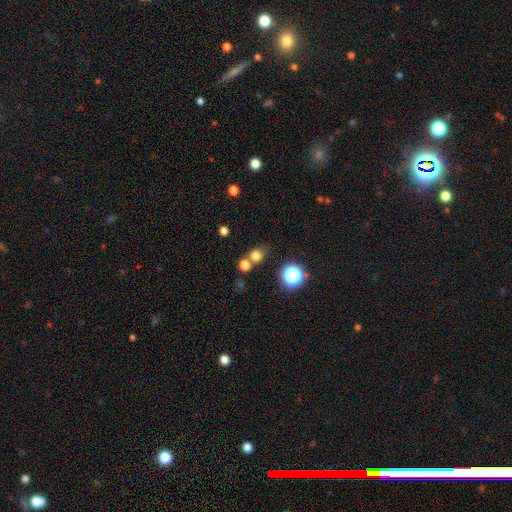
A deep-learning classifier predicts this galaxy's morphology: A smooth galaxy with no disk features (74%) that is round (78%). Merging: none (63%).